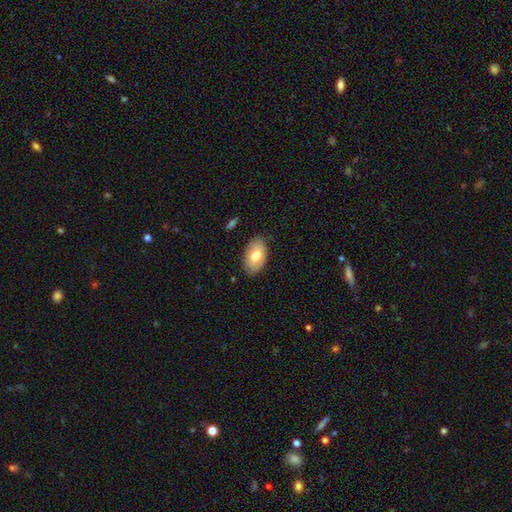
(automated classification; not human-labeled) Morphology: type=smooth (74%); roundness=in between (93%); merging=none (84%).